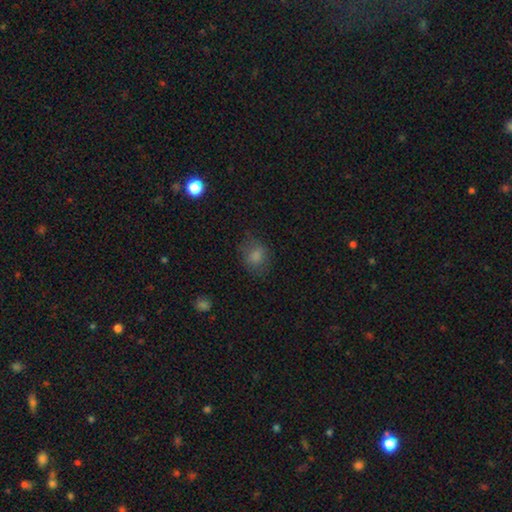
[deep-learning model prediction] This appears to be a smooth galaxy with no disk features (79%) that is round (53%). Merging: none (70%).